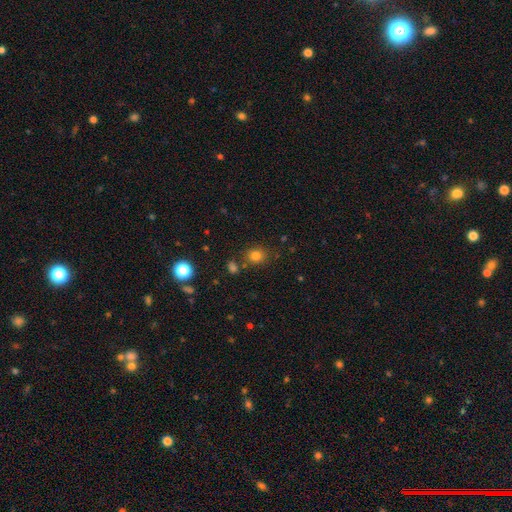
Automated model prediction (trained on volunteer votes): Smooth or featured? smooth (79%)
How rounded? round (72%)
Merging? none (78%)